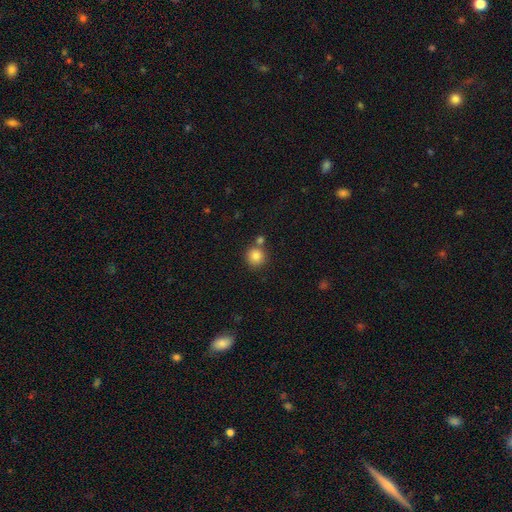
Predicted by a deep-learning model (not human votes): A smooth galaxy with no disk features (84%) that is round (92%). Merging: none (71%).